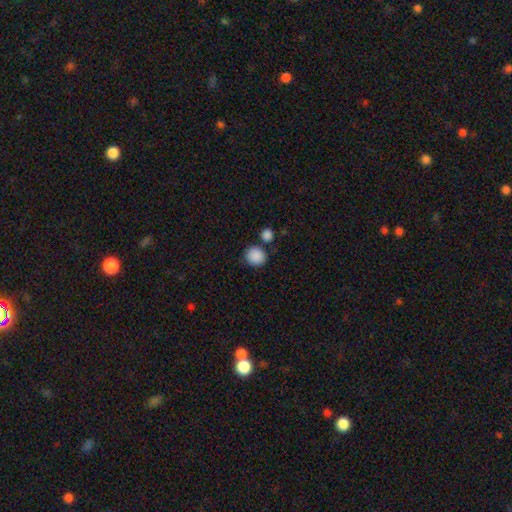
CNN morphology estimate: Smooth or featured: smooth — 88% (star or artifact — 8%)
How rounded: round — 87% (in between — 12%)
Merging: none — 76% (merger — 11%)